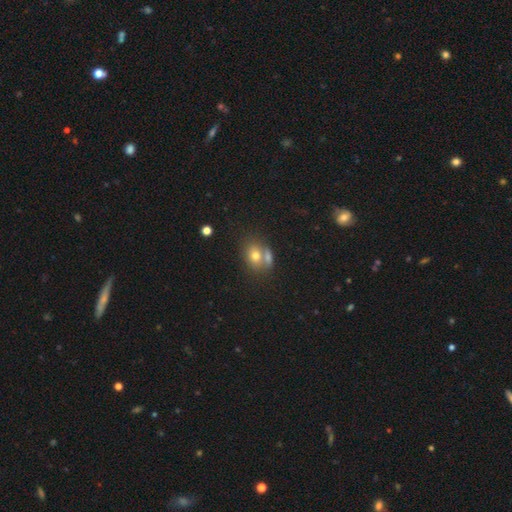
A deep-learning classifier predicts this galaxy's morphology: smooth_or_featured: smooth (p=0.73) [alt: featured or disk p=0.16]
how_rounded: in between (p=0.52) [alt: round p=0.46]
merging: merger (p=0.46) [alt: none p=0.38]